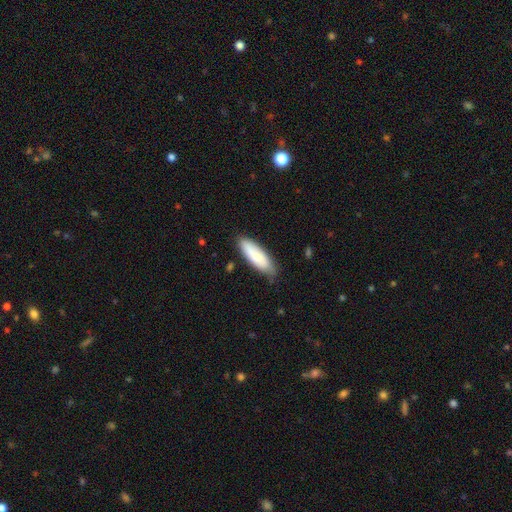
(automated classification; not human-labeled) Q: Smooth or featured?
A: smooth (81%); runner-up: featured or disk (14%)
Q: How rounded?
A: in between (55%); runner-up: cigar-shaped (43%)
Q: Merging?
A: none (77%); runner-up: minor disturbance (19%)